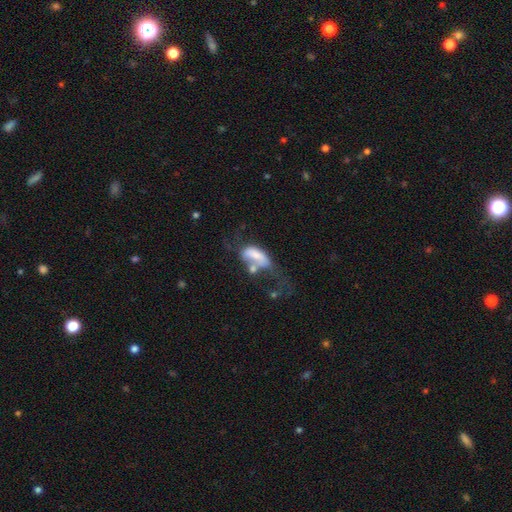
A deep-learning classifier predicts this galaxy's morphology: This appears to be a smooth galaxy with no disk features (53%) that is in between round and cigar-shaped (85%). Merging: major disturbance (37%, tied with merger).